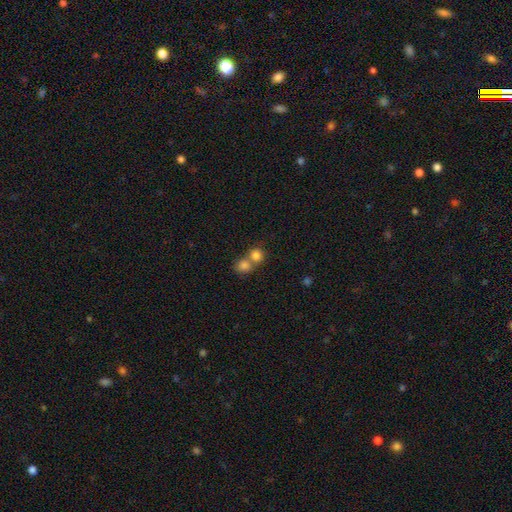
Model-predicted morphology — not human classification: Smooth or featured? Predicted: smooth (p=0.81). How rounded? Predicted: round (p=0.82). Merging? Predicted: merger (p=0.57).